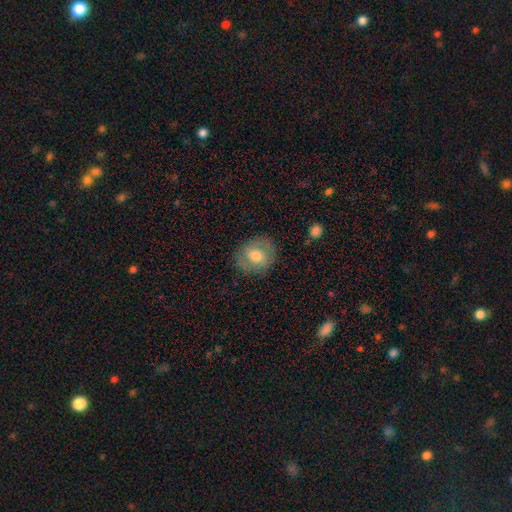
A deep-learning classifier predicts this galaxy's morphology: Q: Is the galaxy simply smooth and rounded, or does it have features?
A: smooth — 67%.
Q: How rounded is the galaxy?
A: round — 77%.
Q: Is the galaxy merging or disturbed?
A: none — 82%.